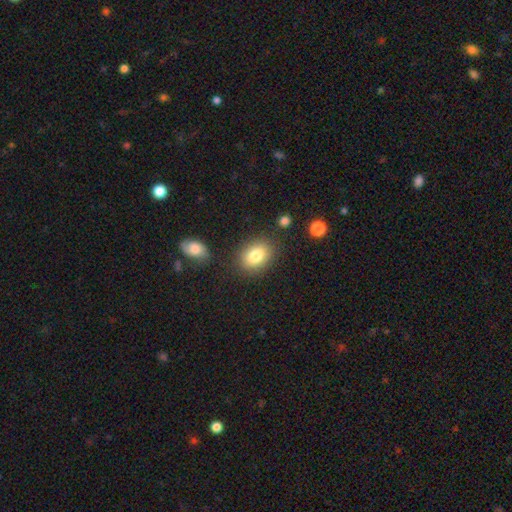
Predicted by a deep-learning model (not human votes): Smooth or featured? Predicted: smooth (p=0.82). How rounded? Predicted: in between (p=0.71). Merging? Predicted: none (p=0.83).